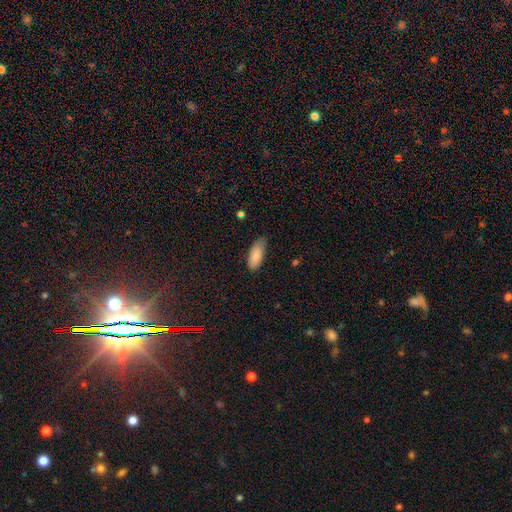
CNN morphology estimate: This appears to be a smooth galaxy with no disk features (87%) that is in between round and cigar-shaped (79%). Merging: none (67%).